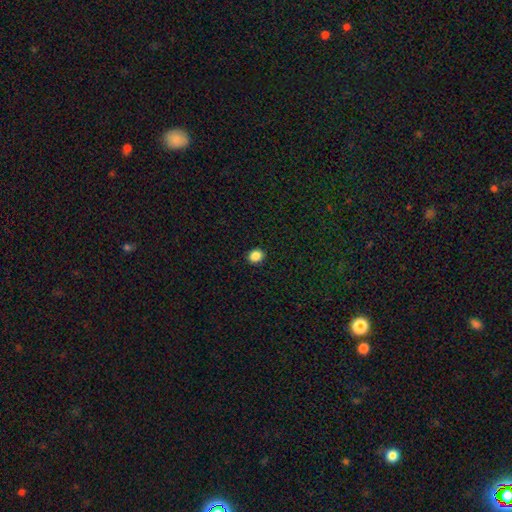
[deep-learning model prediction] Q: Smooth or featured?
A: smooth (87%); runner-up: star or artifact (10%)
Q: How rounded?
A: round (70%); runner-up: in between (29%)
Q: Merging?
A: none (92%); runner-up: minor disturbance (6%)